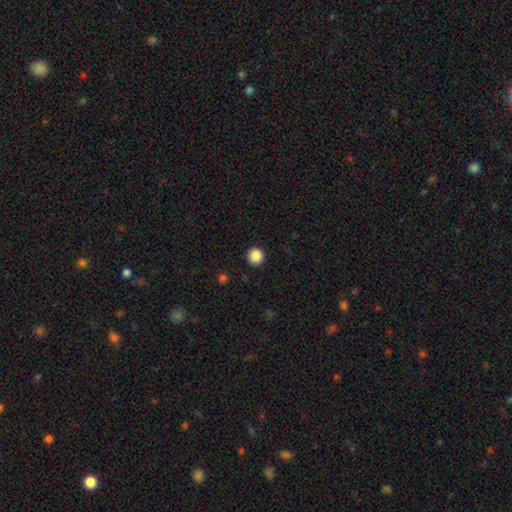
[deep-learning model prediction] smooth 87%, star or artifact 10%, featured or disk 3%. Down the decision tree: how rounded — round (94%); merging — none (92%).